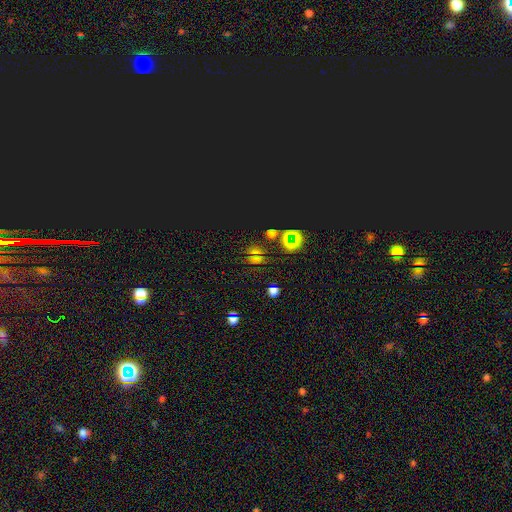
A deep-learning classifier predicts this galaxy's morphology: A star or artifact, not a galaxy (70%).

Vote fractions:
- Smooth or featured? star or artifact: 70% / smooth: 22% / featured or disk: 8%